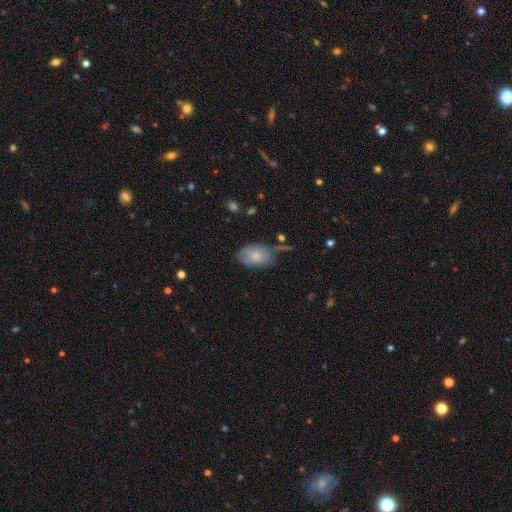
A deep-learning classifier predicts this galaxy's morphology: Smooth or featured: smooth — 78% (featured or disk — 15%)
How rounded: in between — 89% (round — 9%)
Merging: none — 59% (minor disturbance — 27%)